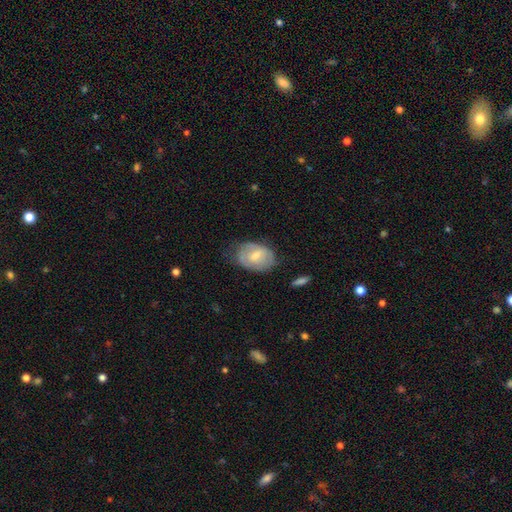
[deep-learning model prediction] smooth_or_featured: smooth (p=0.53) [alt: featured or disk p=0.41]
how_rounded: in between (p=0.79) [alt: round p=0.20]
merging: none (p=0.57) [alt: minor disturbance p=0.30]